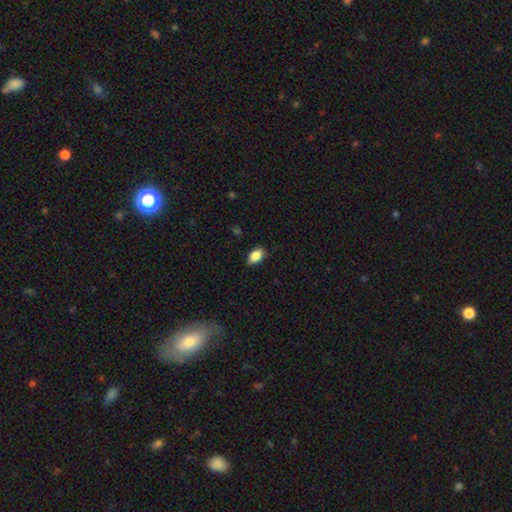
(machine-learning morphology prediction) smooth 86%, star or artifact 8%, featured or disk 6%. Down the decision tree: how rounded — in between (88%); merging — none (78%).